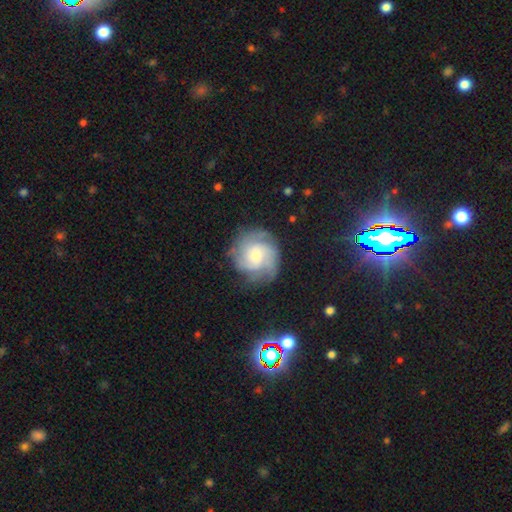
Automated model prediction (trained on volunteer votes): Smooth or featured: featured or disk — 73% (smooth — 20%)
Edge-on disk: no — 98% (yes — 2%)
Bar: no — 62% (weak — 32%)
Spiral arms: yes — 93% (no — 7%)
Spiral winding: tight — 48% (medium — 39%)
Spiral arm count: can't tell — 30% (3 — 26%)
Bulge size: moderate — 45% (small — 43%)
Merging: none — 72% (minor disturbance — 18%)